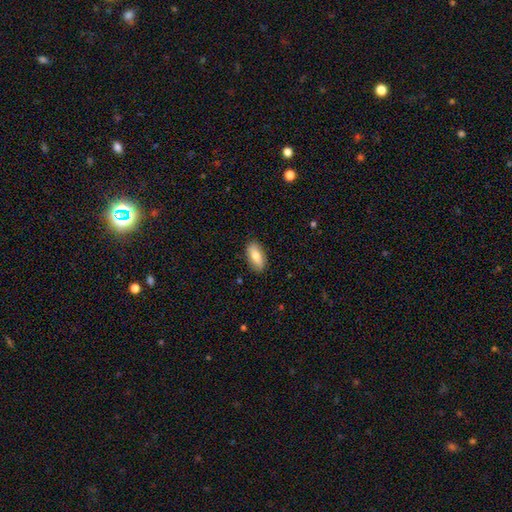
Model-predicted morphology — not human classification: type=smooth (79%); roundness=in between (88%); merging=none (87%).